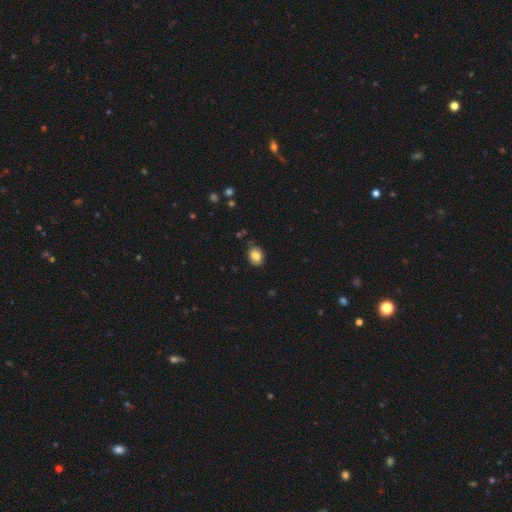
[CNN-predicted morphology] smooth 82%, featured or disk 9%, star or artifact 9%. Down the decision tree: how rounded — in between (74%); merging — none (83%).